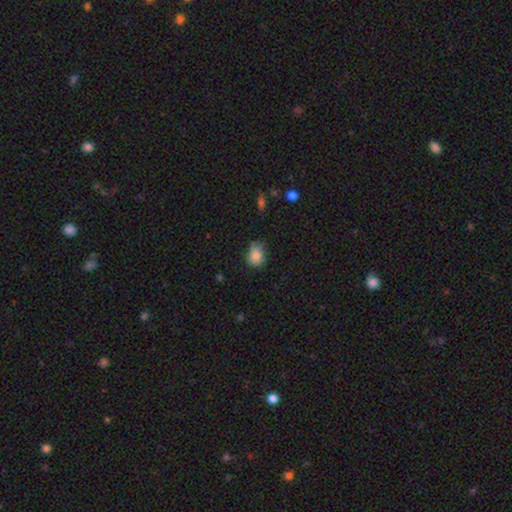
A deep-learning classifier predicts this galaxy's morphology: smooth 84%, star or artifact 9%, featured or disk 7%. Down the decision tree: how rounded — in between (52%); merging — none (62%).